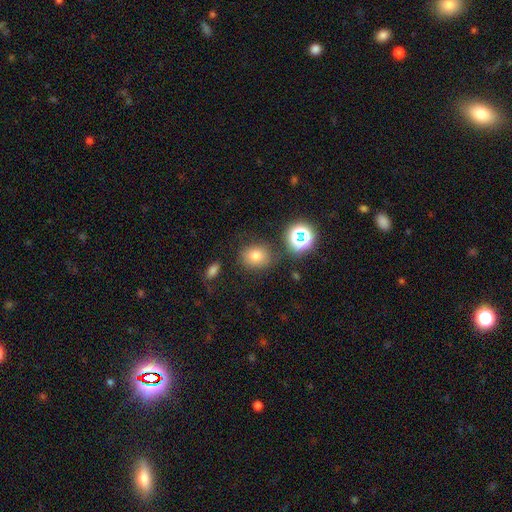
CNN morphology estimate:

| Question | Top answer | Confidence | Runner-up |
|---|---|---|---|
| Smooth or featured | smooth | 73% | star or artifact (17%) |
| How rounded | round | 65% | in between (34%) |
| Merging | none | 77% | minor disturbance (13%) |